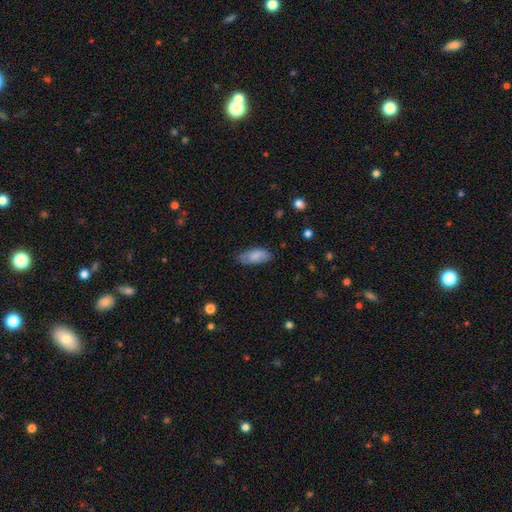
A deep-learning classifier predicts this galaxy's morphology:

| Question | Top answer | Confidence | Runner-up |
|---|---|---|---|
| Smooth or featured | smooth | 83% | featured or disk (11%) |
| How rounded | in between | 86% | cigar-shaped (13%) |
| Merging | none | 75% | minor disturbance (20%) |